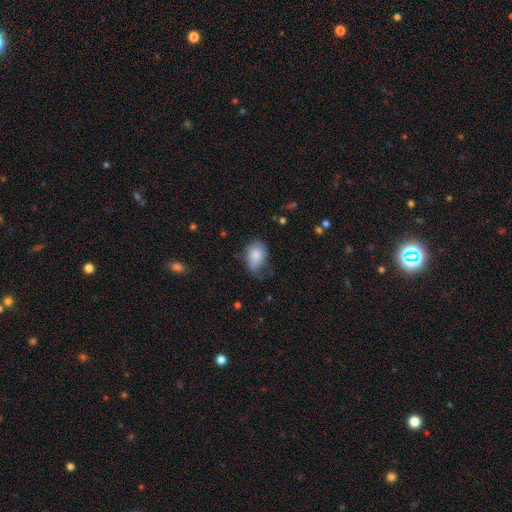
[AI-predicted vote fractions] Overall: smooth (78%). How rounded: in between (76%). Merging: minor disturbance (40%; none 38%).